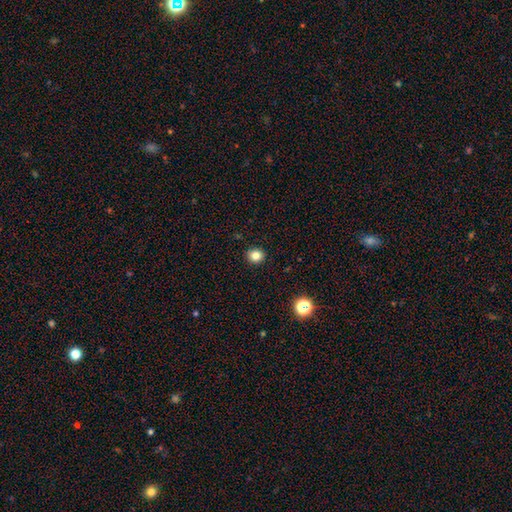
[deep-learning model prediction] Morphology: type=smooth (82%); roundness=round (86%); merging=none (92%).